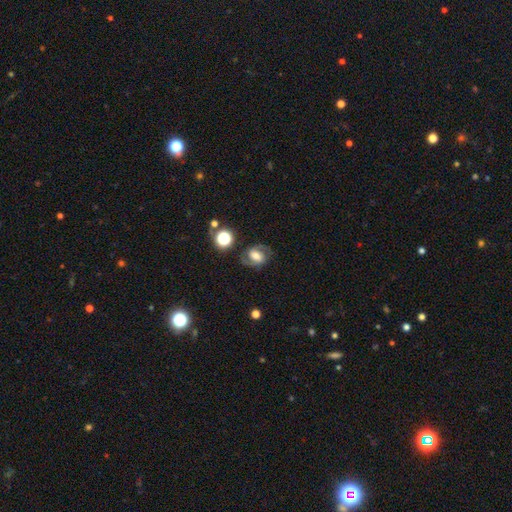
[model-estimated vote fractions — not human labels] This appears to be a featured or disk galaxy (67%) with a weak bar (45%), 2 (90%) medium (56%) spiral arms (90%) and a moderate central bulge (47%). Merging: none (77%).